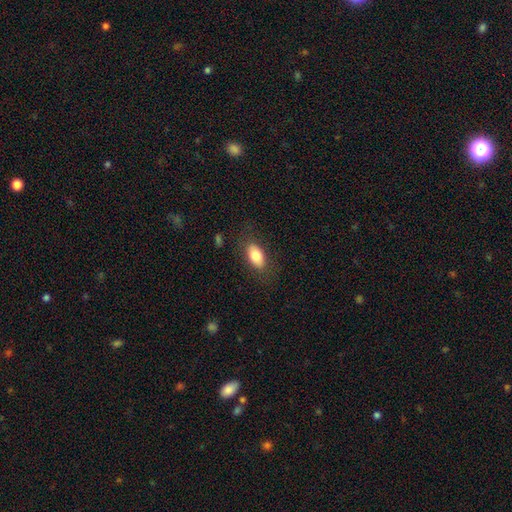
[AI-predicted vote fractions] A smooth galaxy with no disk features (81%) that is in between round and cigar-shaped (90%).

Vote fractions:
- Smooth or featured? smooth: 81% / featured or disk: 12% / star or artifact: 7%
- How rounded? in between: 90% / round: 5% / cigar-shaped: 5%
- Merging? none: 81% / minor disturbance: 13% / major disturbance: 5% / merger: 1%